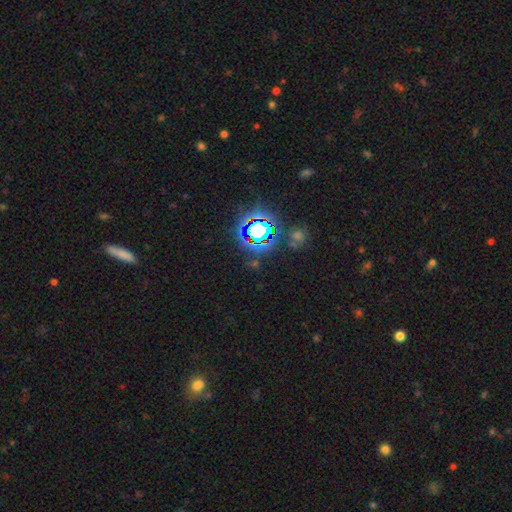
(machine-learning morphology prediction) Smooth or featured: star or artifact — 79% (smooth — 13%)